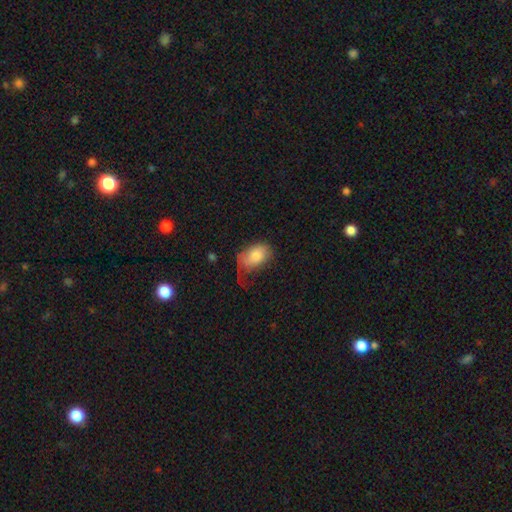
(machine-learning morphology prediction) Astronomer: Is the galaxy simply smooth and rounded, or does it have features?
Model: smooth — 76%.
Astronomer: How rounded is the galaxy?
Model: in between — 89%.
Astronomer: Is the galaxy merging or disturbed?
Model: none — 35% (runner-up: major disturbance, 32%).